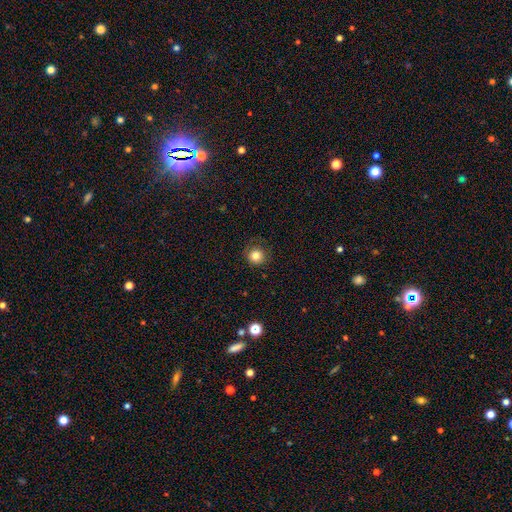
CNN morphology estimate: A smooth galaxy with no disk features (82%) that is round (93%).

Vote fractions:
- Smooth or featured? smooth: 82% / star or artifact: 11% / featured or disk: 7%
- How rounded? round: 93% / in between: 6% / cigar-shaped: 1%
- Merging? none: 79% / minor disturbance: 14% / major disturbance: 6% / merger: 1%